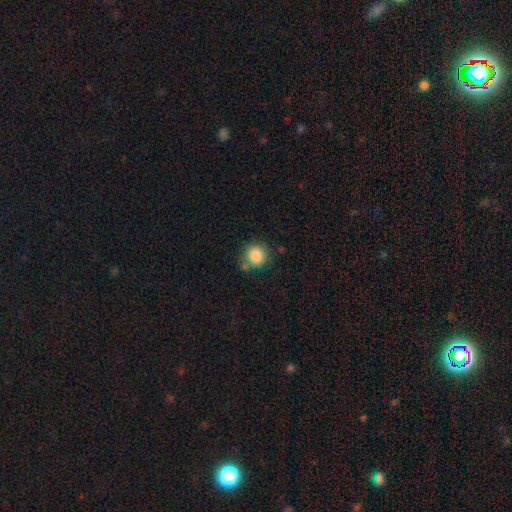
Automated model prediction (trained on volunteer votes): A smooth galaxy with no disk features (86%) that is round (90%). Merging: none (73%).